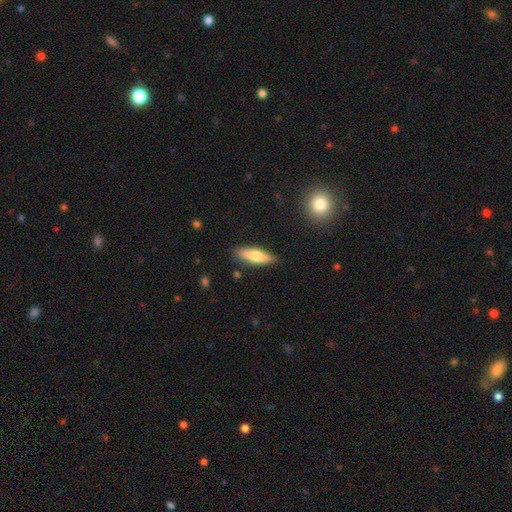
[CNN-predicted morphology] Smooth or featured: smooth — 67% (featured or disk — 27%)
How rounded: cigar-shaped — 58% (in between — 40%)
Merging: none — 86% (minor disturbance — 10%)